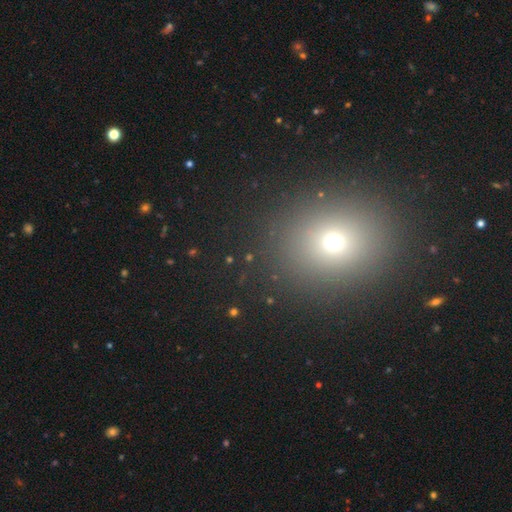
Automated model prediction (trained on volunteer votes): Smooth or featured? smooth (60%)
How rounded? round (67%)
Merging? none (91%)